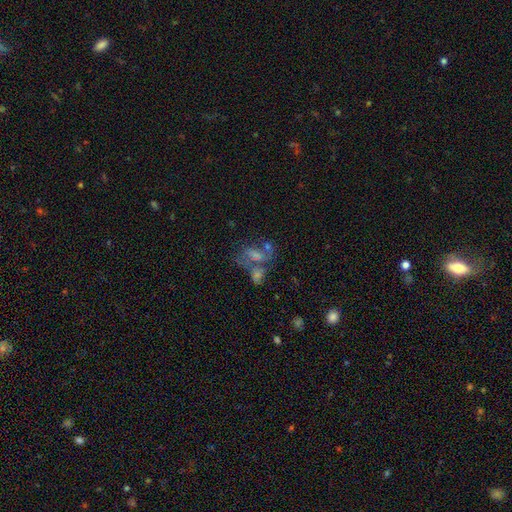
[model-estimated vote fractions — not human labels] smooth_or_featured: featured or disk (p=0.40) [alt: smooth p=0.37]
merging: merger (p=0.42) [alt: none p=0.28]